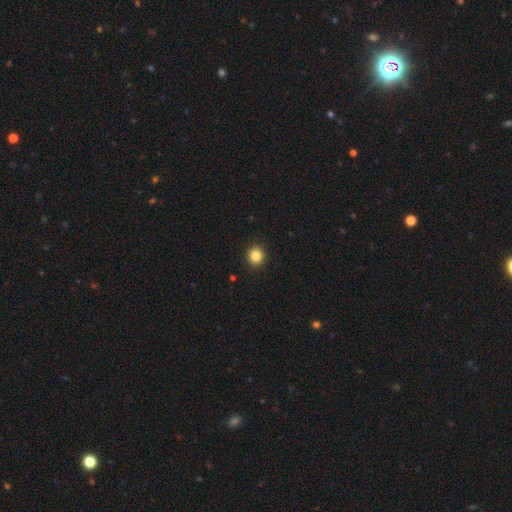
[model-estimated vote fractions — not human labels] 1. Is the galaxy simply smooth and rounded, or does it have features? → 85% smooth, 10% star or artifact, 4% featured or disk.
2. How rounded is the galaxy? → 90% round, 9% in between, 1% cigar-shaped.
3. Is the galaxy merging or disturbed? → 93% none, 5% minor disturbance, 2% major disturbance, 1% merger.